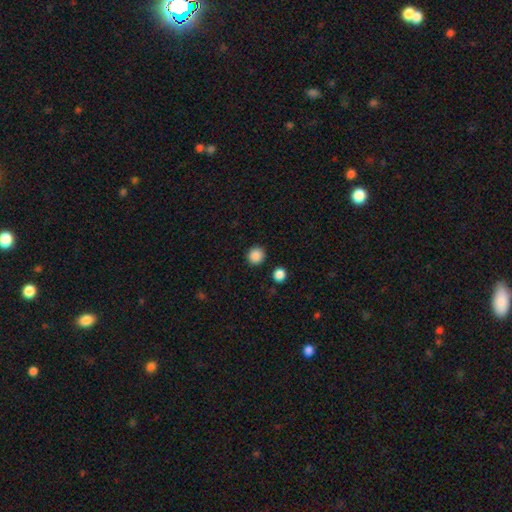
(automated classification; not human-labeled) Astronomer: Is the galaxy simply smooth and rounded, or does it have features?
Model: smooth — 88%.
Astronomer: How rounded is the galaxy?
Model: round — 91%.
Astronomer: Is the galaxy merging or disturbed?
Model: none — 90%.